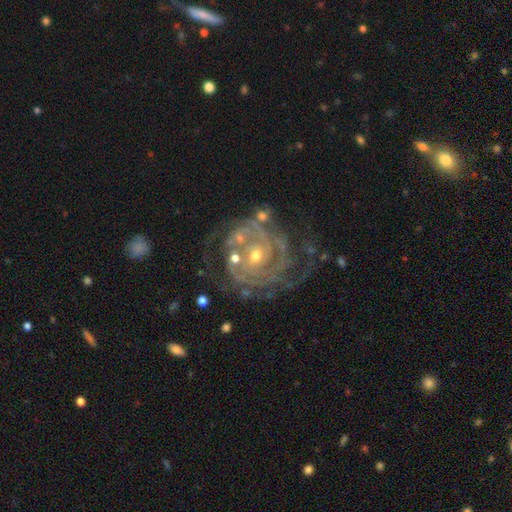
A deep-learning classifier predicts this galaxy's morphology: Q: Smooth or featured?
A: featured or disk (90%); runner-up: star or artifact (6%)
Q: Edge-on disk?
A: no (97%); runner-up: yes (3%)
Q: Bar?
A: no (78%); runner-up: weak (16%)
Q: Spiral arms?
A: yes (97%); runner-up: no (3%)
Q: Spiral winding?
A: tight (78%); runner-up: medium (18%)
Q: Spiral arm count?
A: 3 (25%); runner-up: 2 (24%)
Q: Bulge size?
A: small (53%); runner-up: moderate (44%)
Q: Merging?
A: none (61%); runner-up: minor disturbance (20%)